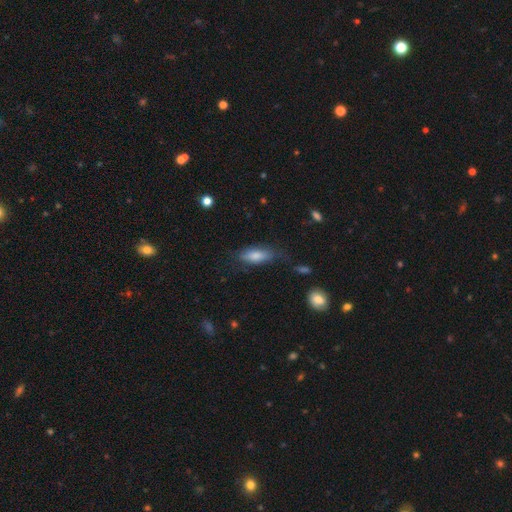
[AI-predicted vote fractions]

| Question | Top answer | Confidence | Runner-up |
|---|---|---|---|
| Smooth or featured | smooth | 79% | featured or disk (14%) |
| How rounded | in between | 71% | cigar-shaped (26%) |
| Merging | none | 65% | minor disturbance (23%) |